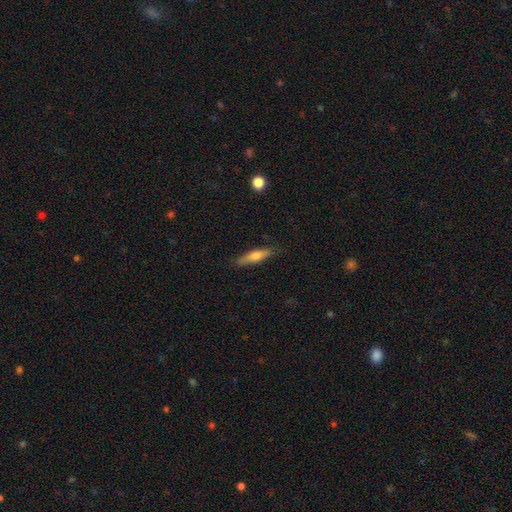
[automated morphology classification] type=smooth (61%); roundness=cigar-shaped (77%); merging=none (83%).